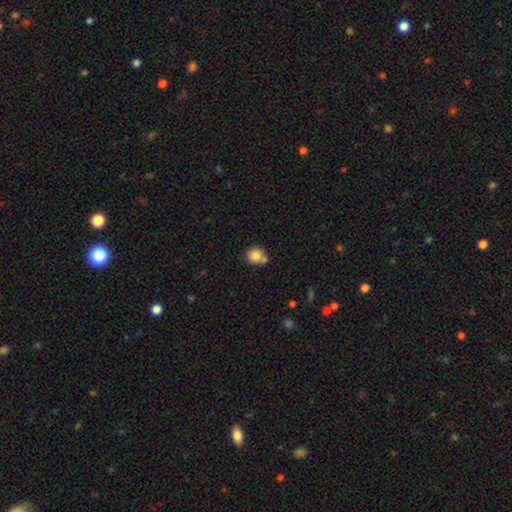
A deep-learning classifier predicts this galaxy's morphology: This is clearly a smooth galaxy (81%). How rounded: clearly round (84%). Merging: possibly none (59%).